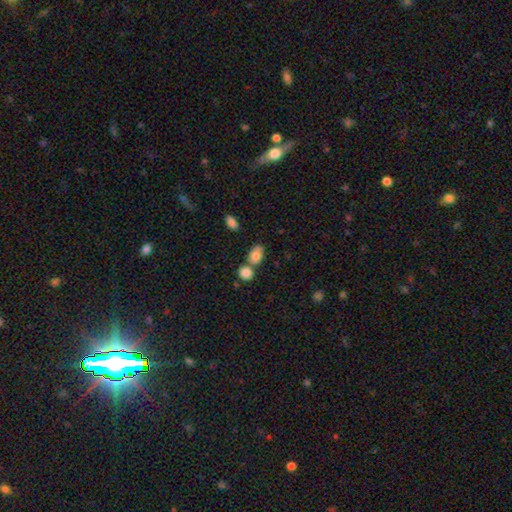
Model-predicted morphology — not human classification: Q: Smooth or featured?
A: smooth (81%); runner-up: featured or disk (11%)
Q: How rounded?
A: in between (75%); runner-up: round (22%)
Q: Merging?
A: none (48%); runner-up: merger (34%)